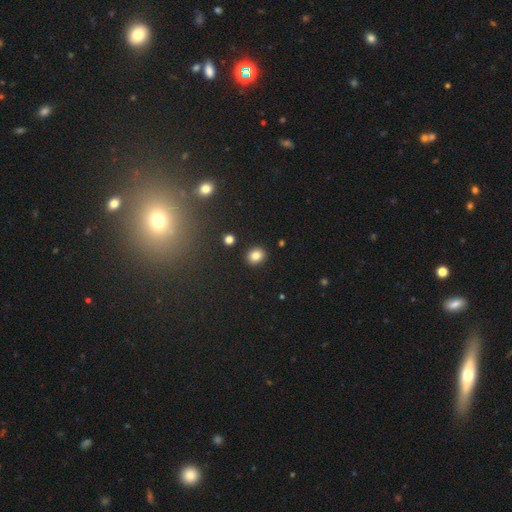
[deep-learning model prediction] smooth 83%, star or artifact 11%, featured or disk 6%. Down the decision tree: how rounded — round (64%); merging — none (89%).